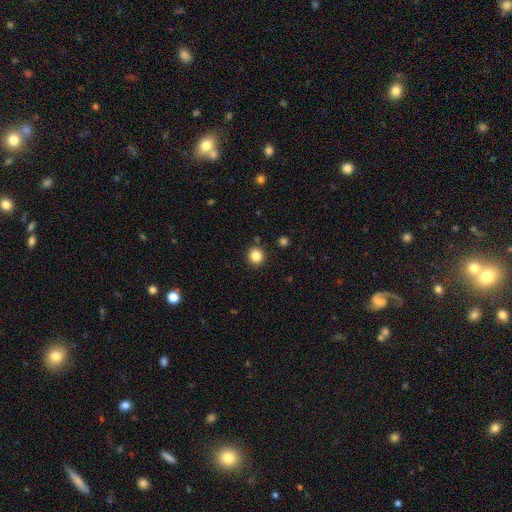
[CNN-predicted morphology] smooth 85%, star or artifact 11%, featured or disk 4%. Down the decision tree: how rounded — round (92%); merging — none (90%).